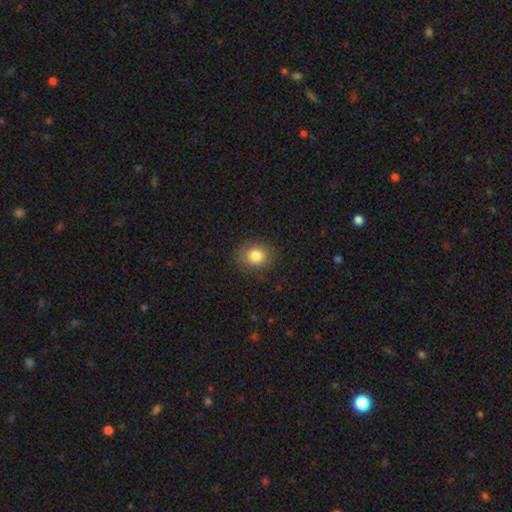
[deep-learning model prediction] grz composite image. It shows a smooth galaxy with no disk features (83%) that is round (67%). Merging: none (86%).